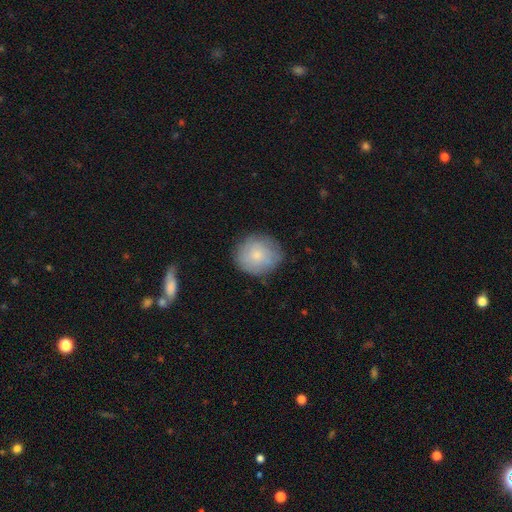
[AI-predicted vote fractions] Smooth or featured? Predicted: smooth (p=0.72). How rounded? Predicted: round (p=0.83). Merging? Predicted: none (p=0.79).